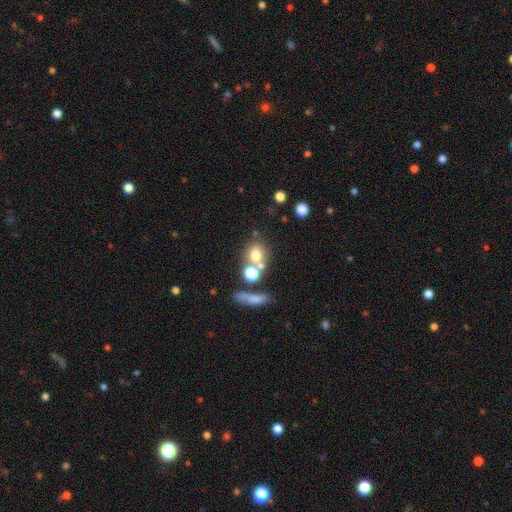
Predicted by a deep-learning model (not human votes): Q: Smooth or featured?
A: smooth (69%); runner-up: star or artifact (16%)
Q: How rounded?
A: round (61%); runner-up: in between (35%)
Q: Merging?
A: none (50%); runner-up: merger (32%)